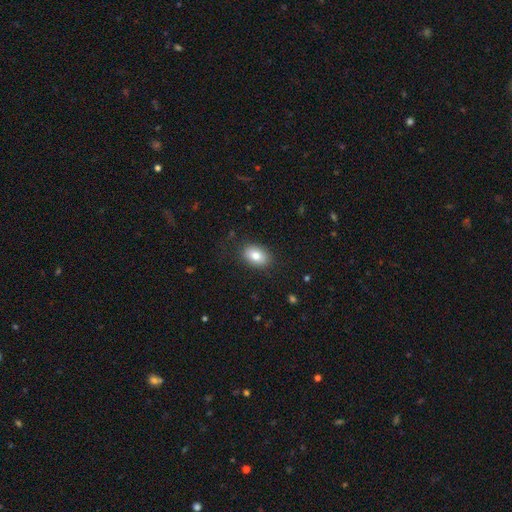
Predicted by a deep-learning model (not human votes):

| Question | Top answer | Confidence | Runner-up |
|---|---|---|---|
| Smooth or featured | smooth | 82% | featured or disk (10%) |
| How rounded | in between | 84% | round (14%) |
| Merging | none | 84% | minor disturbance (11%) |